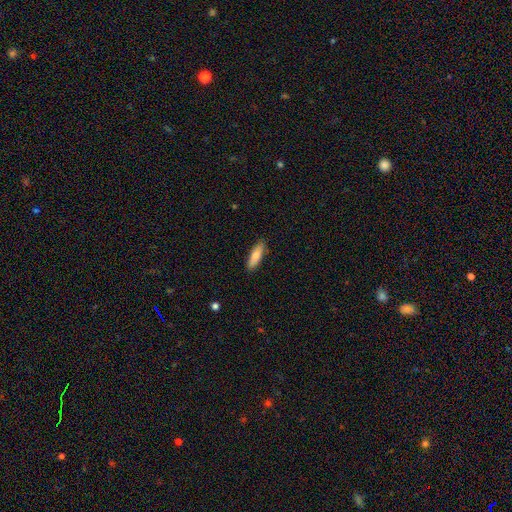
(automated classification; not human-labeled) Smooth or featured?
  - smooth: 80% *
  - featured or disk: 14%
  - star or artifact: 6%
How rounded?
  - cigar-shaped: 54% *
  - in between: 44%
  - round: 2%
Merging?
  - none: 86% *
  - minor disturbance: 11%
  - major disturbance: 2%
  - merger: 1%